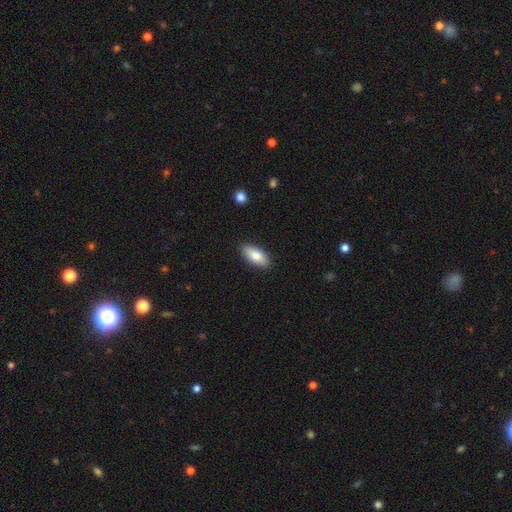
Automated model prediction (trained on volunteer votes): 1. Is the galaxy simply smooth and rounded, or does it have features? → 83% smooth, 11% featured or disk, 6% star or artifact.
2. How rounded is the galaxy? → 86% in between, 11% cigar-shaped, 2% round.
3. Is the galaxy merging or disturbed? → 88% none, 9% minor disturbance, 2% major disturbance, 1% merger.